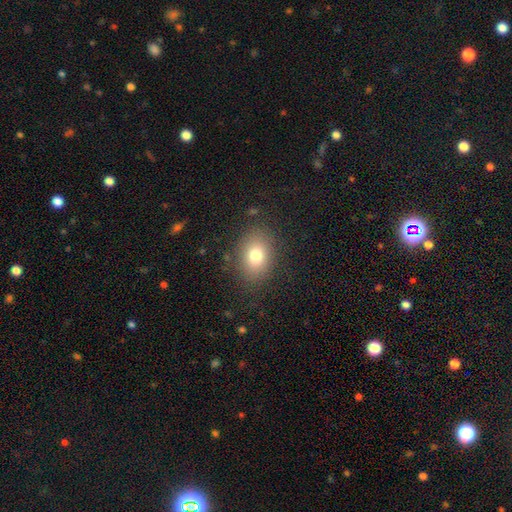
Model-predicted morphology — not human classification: The model was most divided on "how rounded": in between: 66%, round: 33%, cigar-shaped: 1%. More confident: merging — none (84%); smooth or featured — smooth (77%).